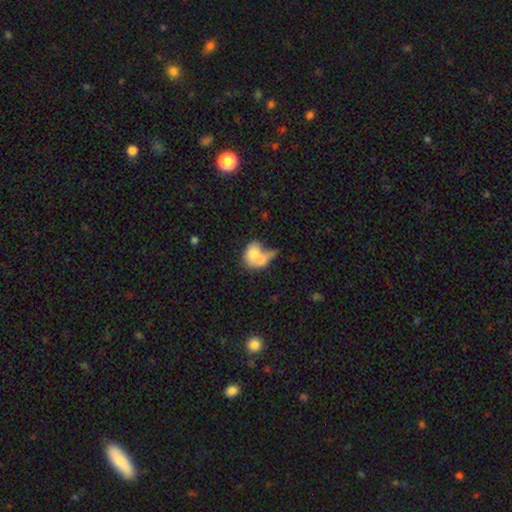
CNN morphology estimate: Overall: smooth (69%). How rounded: in between (60%; round 38%). Merging: merger (68%).